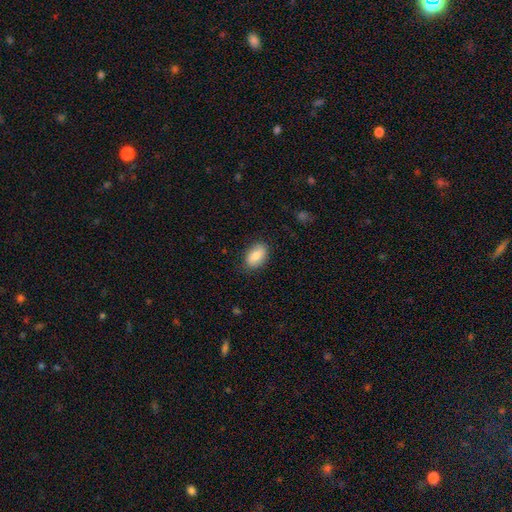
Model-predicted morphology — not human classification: A smooth galaxy with no disk features (82%) that is in between round and cigar-shaped (90%).

Vote fractions:
- Smooth or featured? smooth: 82% / featured or disk: 11% / star or artifact: 7%
- How rounded? in between: 90% / round: 8% / cigar-shaped: 2%
- Merging? none: 84% / minor disturbance: 12% / major disturbance: 3% / merger: 1%